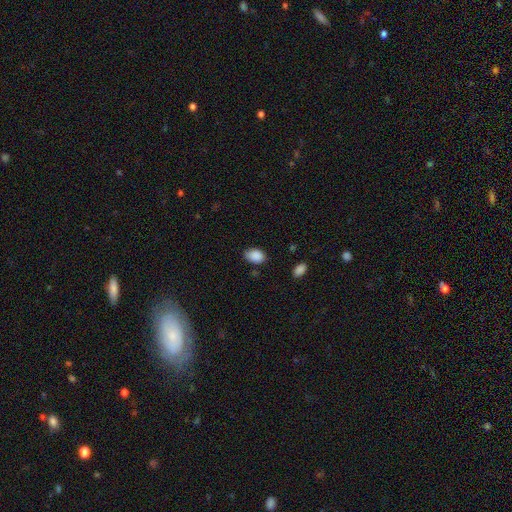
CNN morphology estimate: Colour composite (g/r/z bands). It shows a smooth galaxy with no disk features (89%) that is in between round and cigar-shaped (84%). Merging: none (77%).